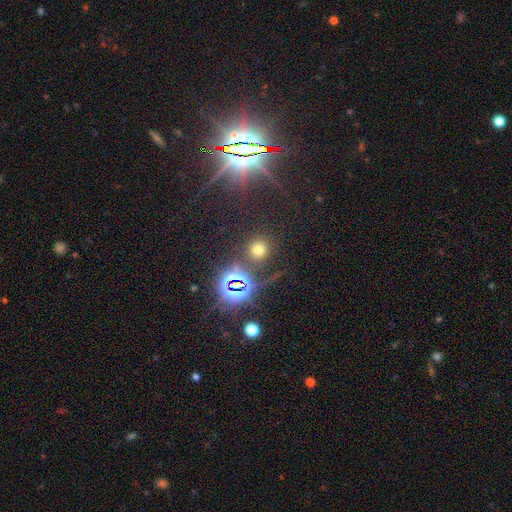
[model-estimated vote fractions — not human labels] Smooth or featured? Predicted: smooth (p=0.51). How rounded? Predicted: round (p=0.91). Merging? Predicted: none (p=0.84).